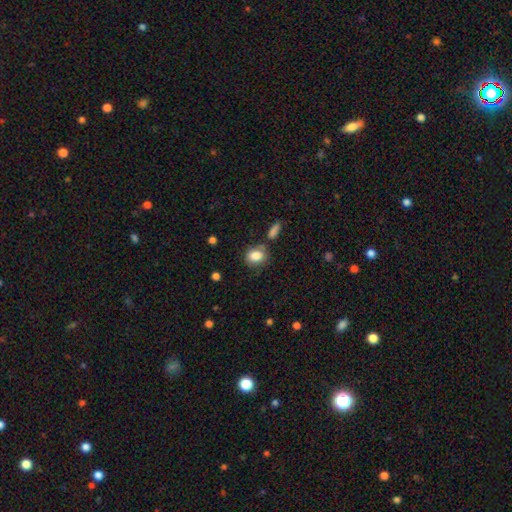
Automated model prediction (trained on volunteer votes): smooth-or-featured: smooth: 84% | star or artifact: 8% | featured or disk: 8%
  how-rounded: in between: 54% | round: 44% | cigar-shaped: 1%
  merging: none: 68% | minor disturbance: 16% | merger: 12% | major disturbance: 4%